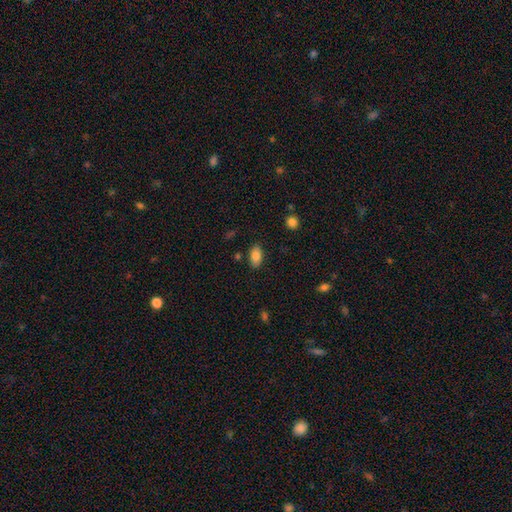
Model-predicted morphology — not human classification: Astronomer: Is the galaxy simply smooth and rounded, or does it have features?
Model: smooth — 85%.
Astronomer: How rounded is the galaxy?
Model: in between — 92%.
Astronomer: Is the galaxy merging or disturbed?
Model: none — 84%.